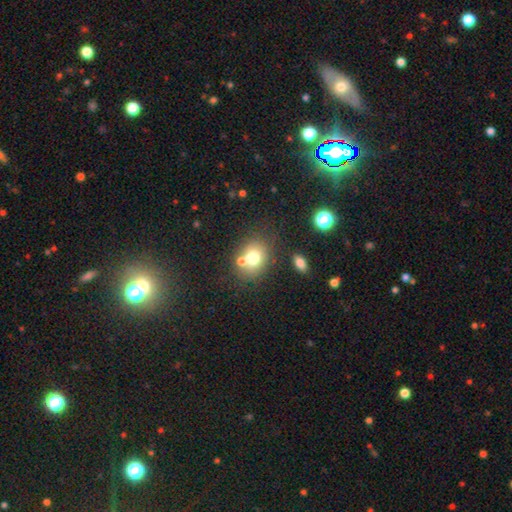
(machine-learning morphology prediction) Overall: smooth (71%). How rounded: round (59%; in between 40%). Merging: none (56%; merger 27%).